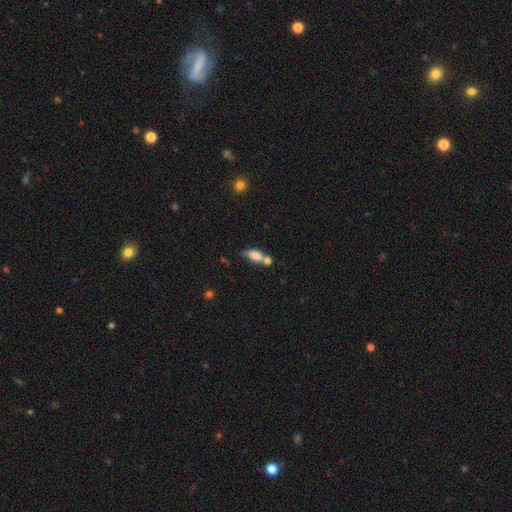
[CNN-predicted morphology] Smooth or featured: smooth — 77% (featured or disk — 14%)
How rounded: in between — 83% (cigar-shaped — 9%)
Merging: merger — 38% (none — 35%)